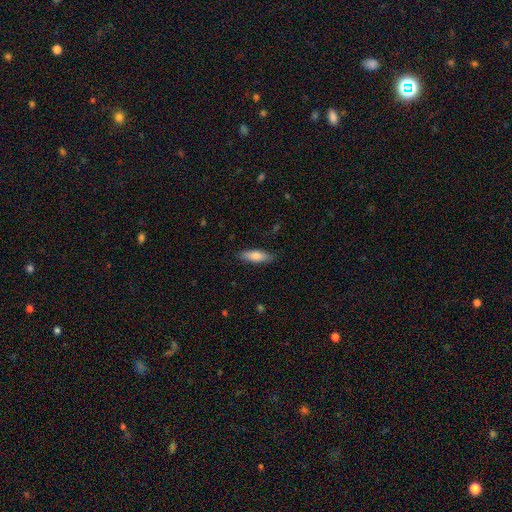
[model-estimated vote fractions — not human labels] Smooth or featured? smooth (77%)
How rounded? in between (55%)
Merging? none (86%)